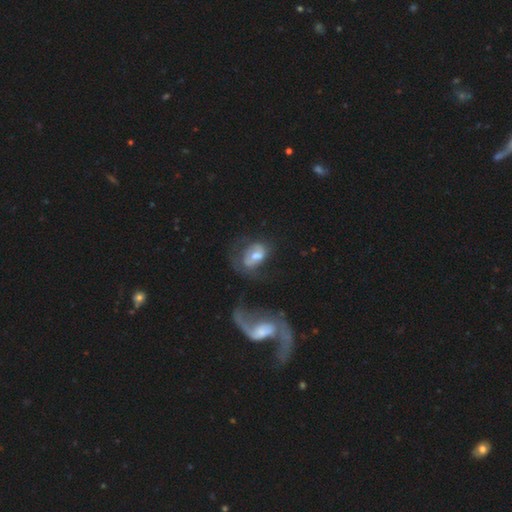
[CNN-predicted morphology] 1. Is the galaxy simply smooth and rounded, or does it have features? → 55% featured or disk, 35% smooth, 9% star or artifact.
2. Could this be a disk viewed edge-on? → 95% no, 5% yes.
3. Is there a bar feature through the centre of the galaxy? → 50% no, 37% weak, 13% strong.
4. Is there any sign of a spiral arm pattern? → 63% yes, 37% no.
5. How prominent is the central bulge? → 56% moderate, 27% small, 10% large, 5% none, 2% dominant.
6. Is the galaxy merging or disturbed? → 34% none, 24% major disturbance, 22% merger, 20% minor disturbance.